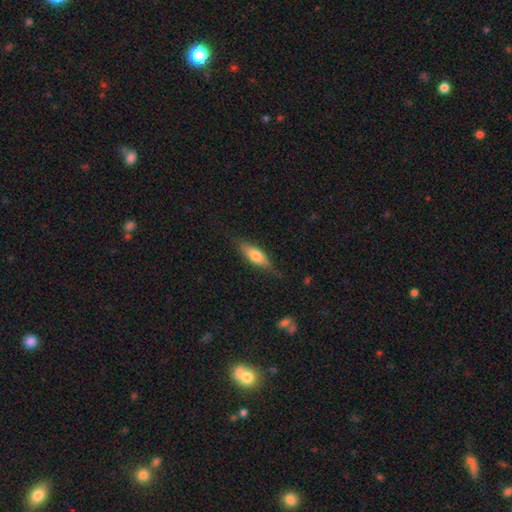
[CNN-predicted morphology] A smooth galaxy with no disk features (63%) that is in between round and cigar-shaped (51%).

Vote fractions:
- Smooth or featured? smooth: 63% / featured or disk: 31% / star or artifact: 6%
- How rounded? in between: 51% / cigar-shaped: 46% / round: 3%
- Merging? none: 75% / minor disturbance: 19% / major disturbance: 5% / merger: 1%